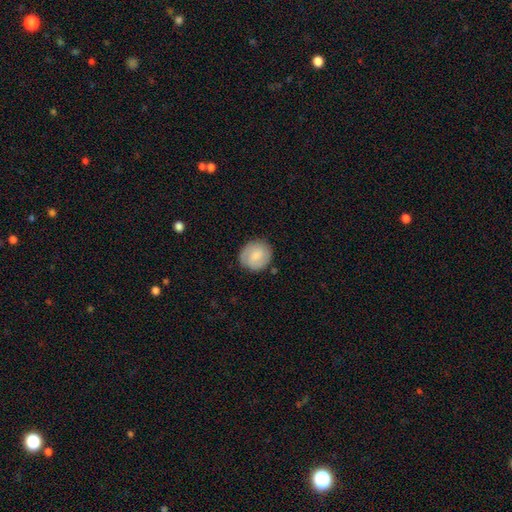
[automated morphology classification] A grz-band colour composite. It shows a smooth galaxy with no disk features (60%) that is round (82%). Merging: none (83%).